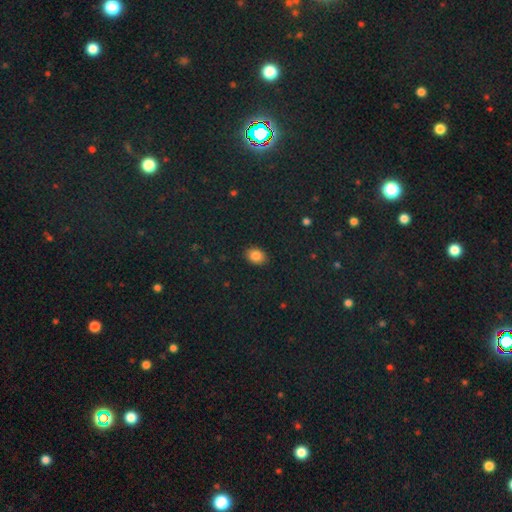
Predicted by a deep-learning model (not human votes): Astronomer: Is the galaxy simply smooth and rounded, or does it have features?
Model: smooth — 84%.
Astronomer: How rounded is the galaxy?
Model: in between — 63%.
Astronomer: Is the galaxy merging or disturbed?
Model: none — 89%.